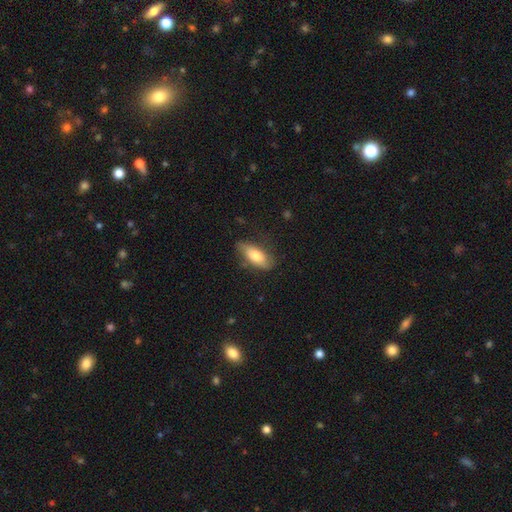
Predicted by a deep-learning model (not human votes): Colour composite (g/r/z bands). It shows a smooth galaxy with no disk features (69%) that is in between round and cigar-shaped (74%). Merging: none (70%).